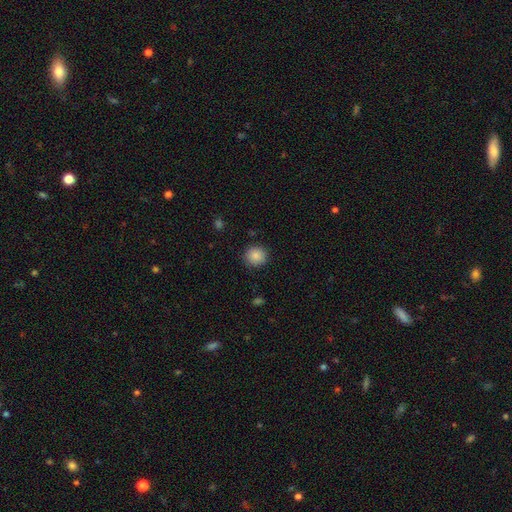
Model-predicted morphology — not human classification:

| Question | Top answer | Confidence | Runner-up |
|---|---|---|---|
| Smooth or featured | smooth | 86% | star or artifact (9%) |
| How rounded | round | 91% | in between (9%) |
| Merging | none | 88% | minor disturbance (9%) |